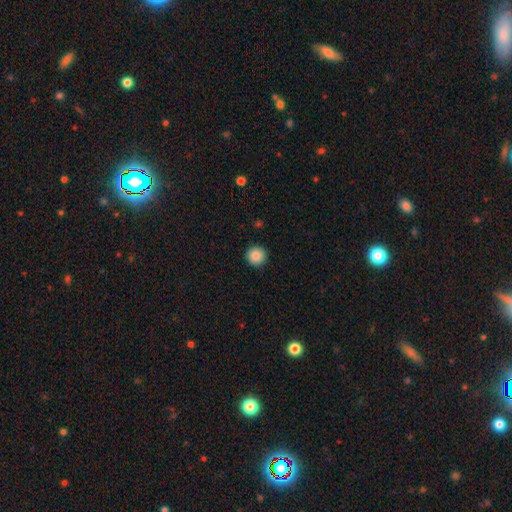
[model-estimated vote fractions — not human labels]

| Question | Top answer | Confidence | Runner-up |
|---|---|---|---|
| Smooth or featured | smooth | 88% | star or artifact (9%) |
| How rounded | round | 96% | in between (4%) |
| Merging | none | 92% | minor disturbance (5%) |